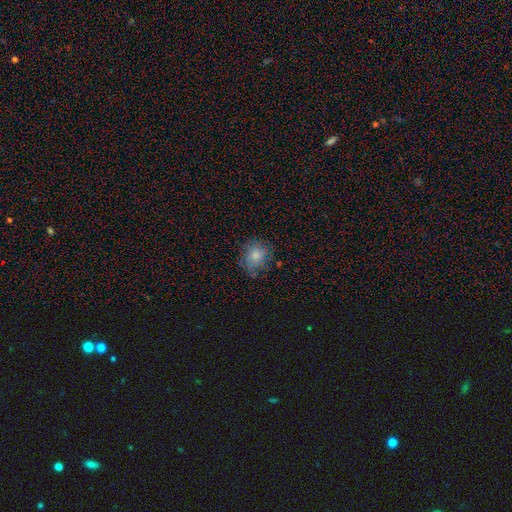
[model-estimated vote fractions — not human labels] Smooth or featured?
  - smooth: 73% *
  - featured or disk: 16%
  - star or artifact: 11%
How rounded?
  - round: 75% *
  - in between: 23%
  - cigar-shaped: 1%
Merging?
  - none: 69% *
  - minor disturbance: 21%
  - major disturbance: 8%
  - merger: 2%